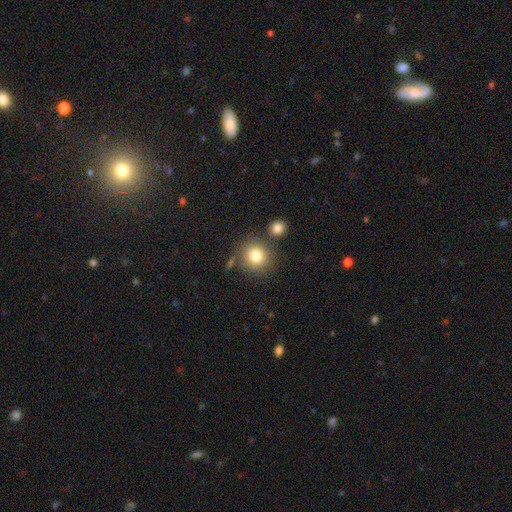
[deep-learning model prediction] This is clearly a smooth galaxy (81%). How rounded: clearly round (88%). Merging: likely none (74%).